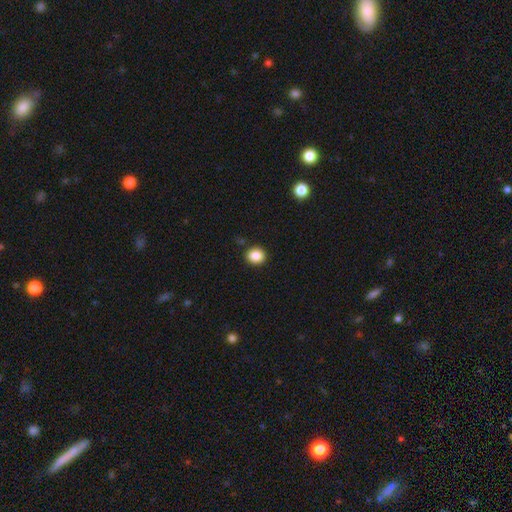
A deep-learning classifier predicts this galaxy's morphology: This appears to be a smooth galaxy with no disk features (87%) that is round (77%). Merging: none (89%).